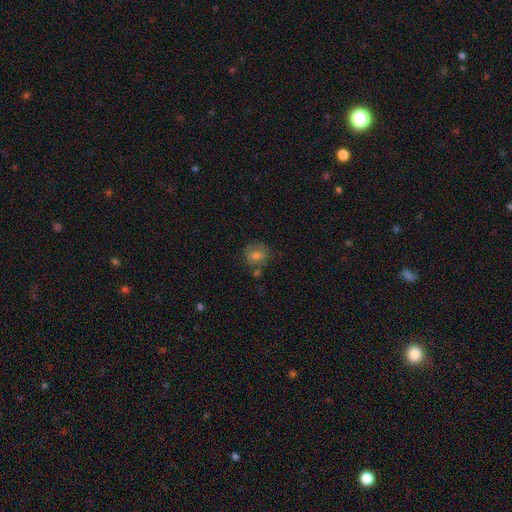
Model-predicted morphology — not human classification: Q: Smooth or featured?
A: smooth (70%); runner-up: featured or disk (18%)
Q: How rounded?
A: round (79%); runner-up: in between (20%)
Q: Merging?
A: none (66%); runner-up: minor disturbance (18%)